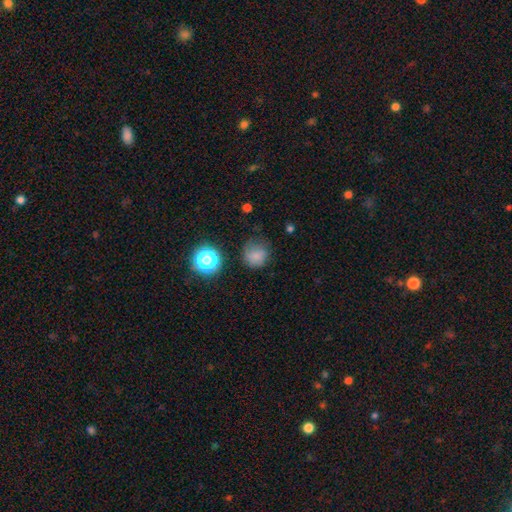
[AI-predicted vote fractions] This appears to be a smooth galaxy with no disk features (74%) that is round (88%). Merging: none (64%).